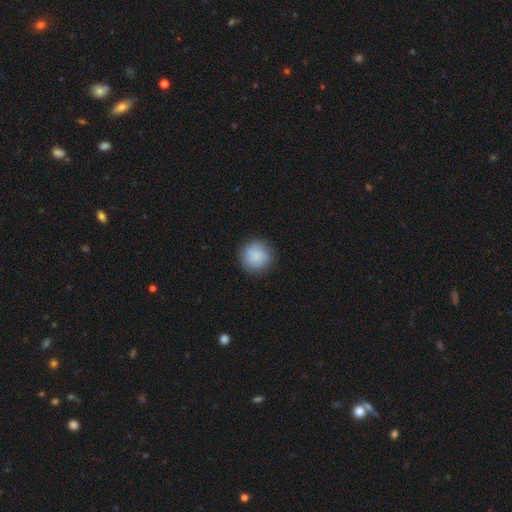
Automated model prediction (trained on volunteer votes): smooth_or_featured: smooth (p=0.85) [alt: featured or disk p=0.08]
how_rounded: round (p=0.93) [alt: in between p=0.06]
merging: none (p=0.86) [alt: minor disturbance p=0.10]